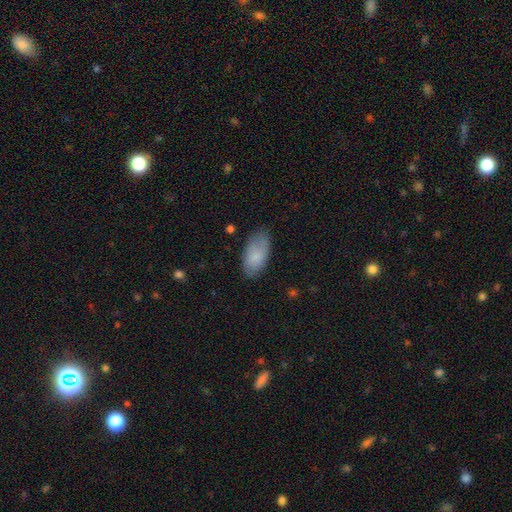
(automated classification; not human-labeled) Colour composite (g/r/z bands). It shows a smooth galaxy with no disk features (82%) that is in between round and cigar-shaped (94%). Merging: none (78%).